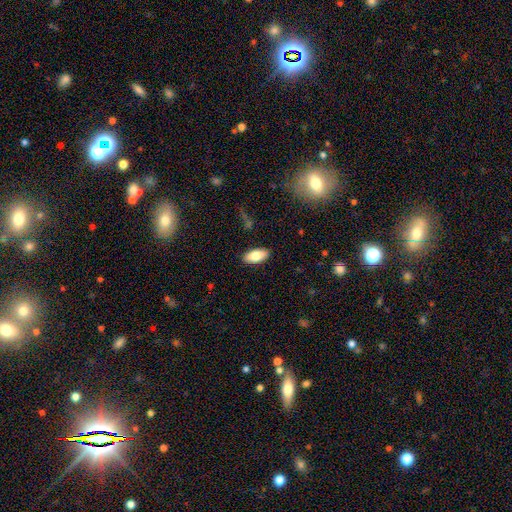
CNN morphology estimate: smooth-or-featured: smooth: 80% | featured or disk: 13% | star or artifact: 7%
  how-rounded: in between: 89% | cigar-shaped: 9% | round: 2%
  merging: none: 88% | minor disturbance: 9% | major disturbance: 2% | merger: 1%